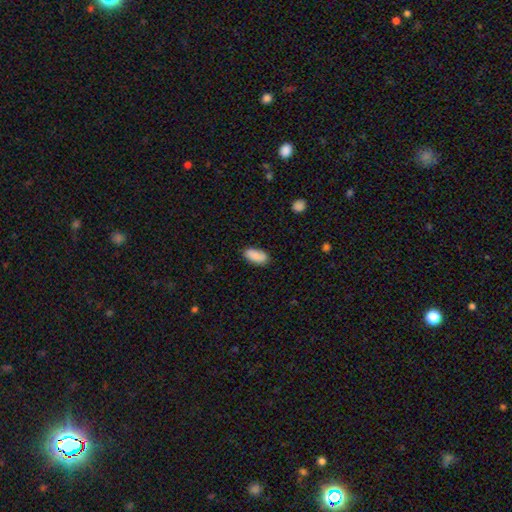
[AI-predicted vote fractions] Smooth or featured?
  - smooth: 89% *
  - star or artifact: 7%
  - featured or disk: 5%
How rounded?
  - in between: 90% *
  - cigar-shaped: 7%
  - round: 2%
Merging?
  - none: 84% *
  - minor disturbance: 12%
  - major disturbance: 2%
  - merger: 1%